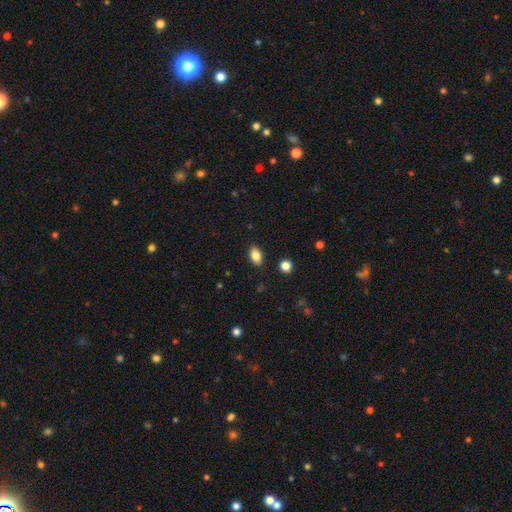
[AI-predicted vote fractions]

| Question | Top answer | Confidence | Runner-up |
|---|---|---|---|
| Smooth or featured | smooth | 84% | star or artifact (9%) |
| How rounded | in between | 88% | round (10%) |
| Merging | none | 88% | minor disturbance (9%) |